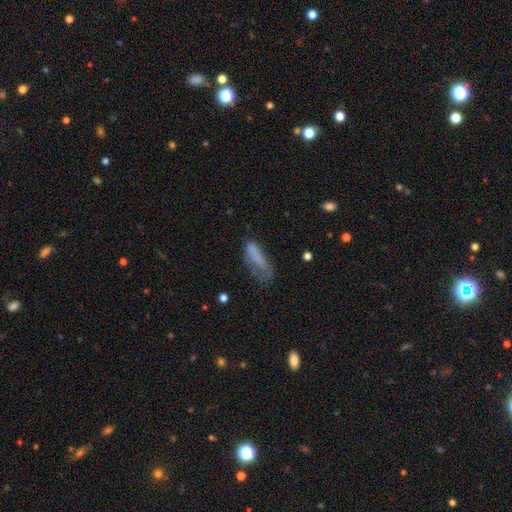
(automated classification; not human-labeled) A smooth galaxy with no disk features (69%) that is in between round and cigar-shaped (51%). Merging: none (34%).